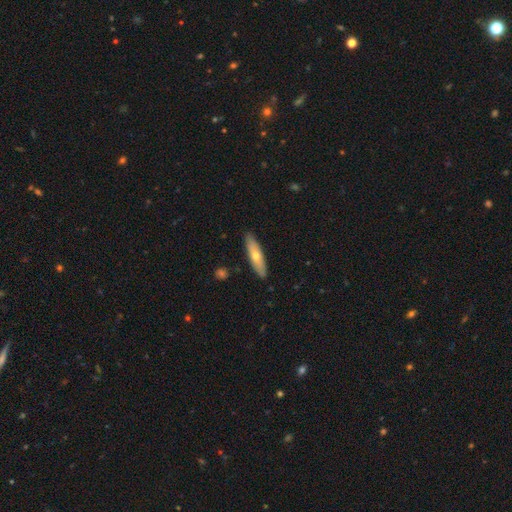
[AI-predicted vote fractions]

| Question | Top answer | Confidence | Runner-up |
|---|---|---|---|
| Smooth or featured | smooth | 51% | featured or disk (42%) |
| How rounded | cigar-shaped | 76% | in between (22%) |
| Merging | none | 89% | minor disturbance (8%) |